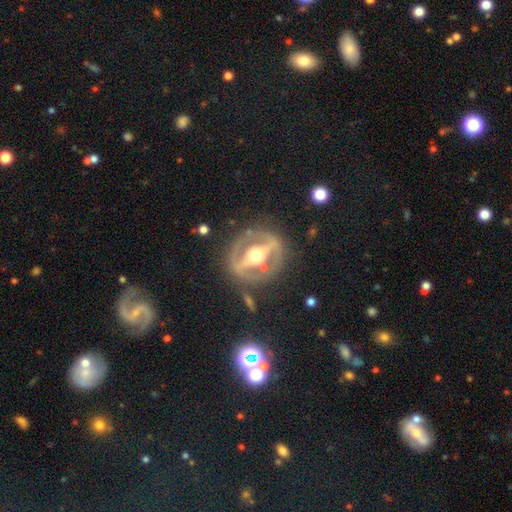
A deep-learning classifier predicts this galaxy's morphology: smooth_or_featured: featured or disk (p=0.81) [alt: smooth p=0.14]
disk_edge_on: no (p=0.85) [alt: yes p=0.15]
bar: strong (p=0.73) [alt: weak p=0.15]
has_spiral_arms: no (p=0.68) [alt: yes p=0.32]
bulge_size: moderate (p=0.71) [alt: large p=0.15]
merging: none (p=0.77) [alt: minor disturbance p=0.13]